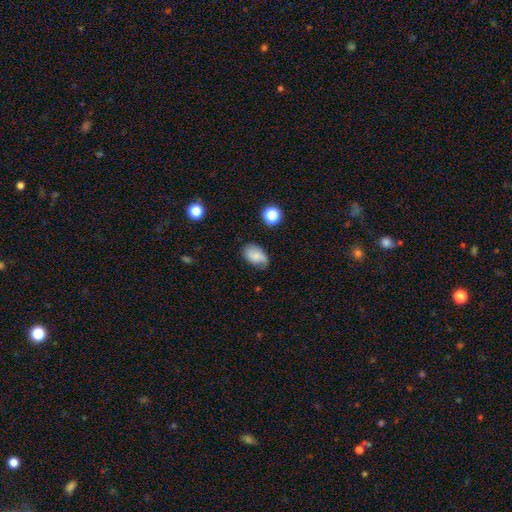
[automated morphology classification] Smooth or featured: smooth — 70% (featured or disk — 20%)
How rounded: in between — 88% (round — 11%)
Merging: none — 62% (minor disturbance — 29%)